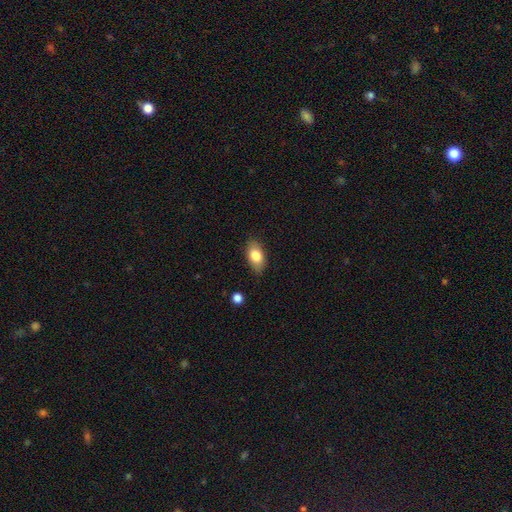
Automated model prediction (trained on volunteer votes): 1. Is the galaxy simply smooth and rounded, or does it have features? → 80% smooth, 13% featured or disk, 8% star or artifact.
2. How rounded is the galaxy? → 89% in between, 8% round, 3% cigar-shaped.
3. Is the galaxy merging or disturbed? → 83% none, 13% minor disturbance, 3% major disturbance, 1% merger.